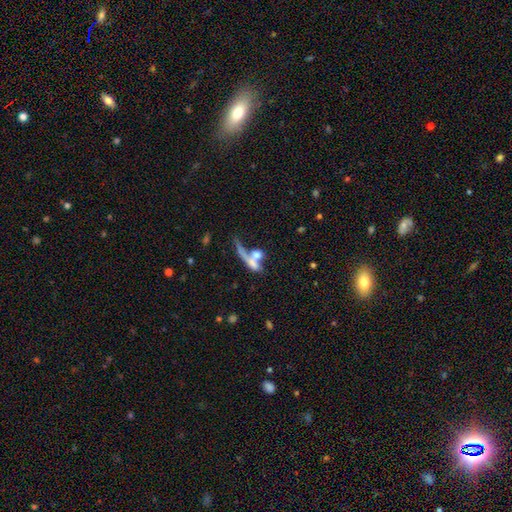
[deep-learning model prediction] smooth-or-featured: smooth: 55% | featured or disk: 34% | star or artifact: 11%
  how-rounded: cigar-shaped: 41% | in between: 33% | round: 26%
  merging: merger: 51% | none: 25% | major disturbance: 15% | minor disturbance: 9%